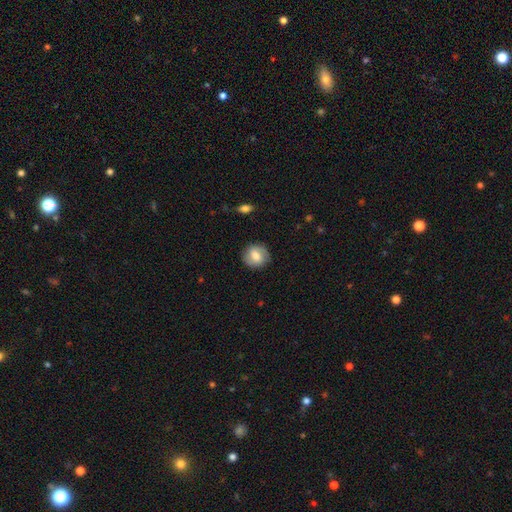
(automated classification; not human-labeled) This appears to be a smooth galaxy with no disk features (61%) that is round (77%). Merging: none (85%).